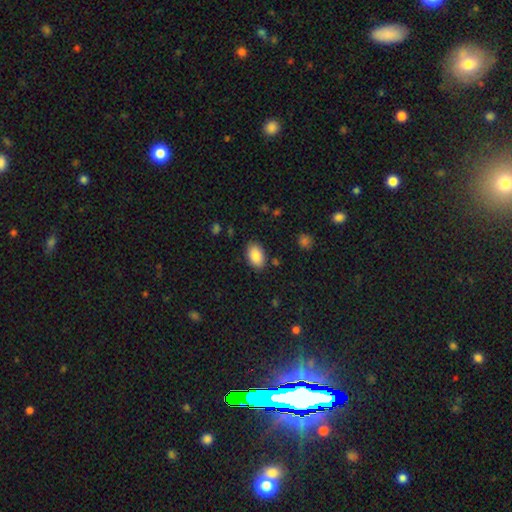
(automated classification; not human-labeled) A smooth galaxy with no disk features (87%) that is in between round and cigar-shaped (92%). Merging: none (85%).